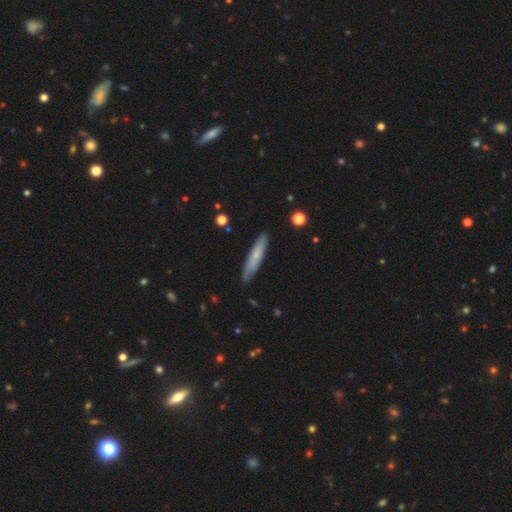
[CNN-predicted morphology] smooth_or_featured: smooth (p=0.63) [alt: featured or disk p=0.32]
how_rounded: cigar-shaped (p=0.89) [alt: in between p=0.09]
merging: none (p=0.84) [alt: minor disturbance p=0.12]